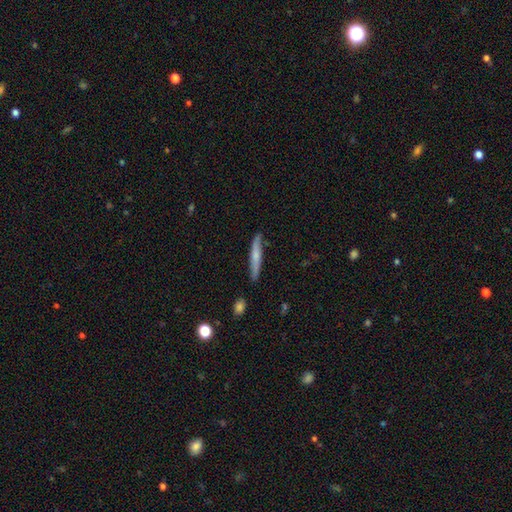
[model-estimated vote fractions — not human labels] Overall: smooth (54%; featured or disk 41%). How rounded: cigar-shaped (94%). Merging: none (81%).